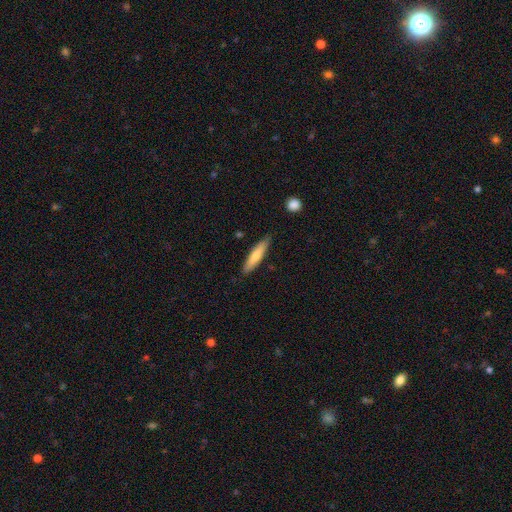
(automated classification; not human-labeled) smooth-or-featured: smooth: 65% | featured or disk: 29% | star or artifact: 6%
  how-rounded: cigar-shaped: 83% | in between: 16% | round: 1%
  merging: none: 84% | minor disturbance: 12% | major disturbance: 2% | merger: 2%